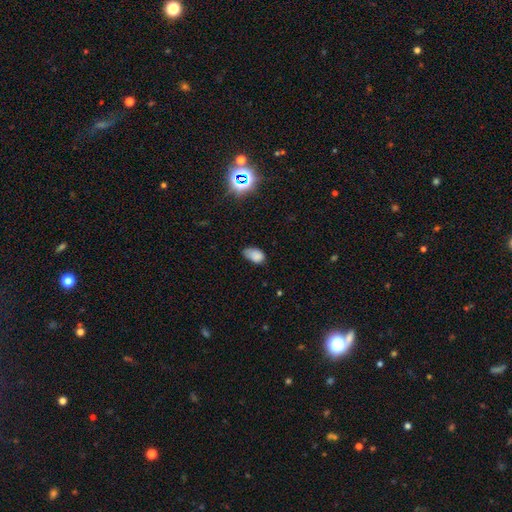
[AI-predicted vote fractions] The model was most divided on "merging": none: 50%, minor disturbance: 38%, major disturbance: 9%, merger: 3%. More confident: how rounded — in between (91%); smooth or featured — smooth (82%).